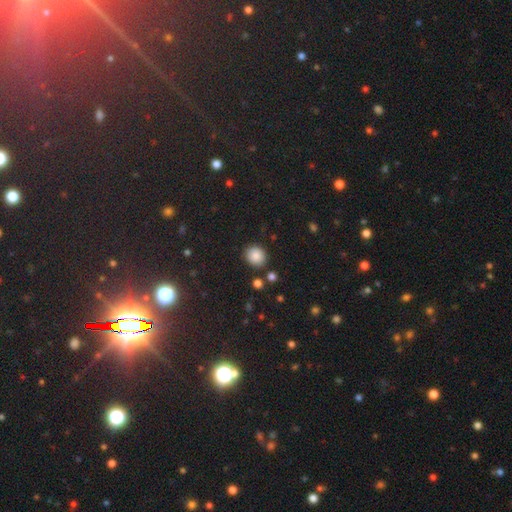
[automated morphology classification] Smooth or featured? smooth (86%)
How rounded? round (76%)
Merging? none (86%)